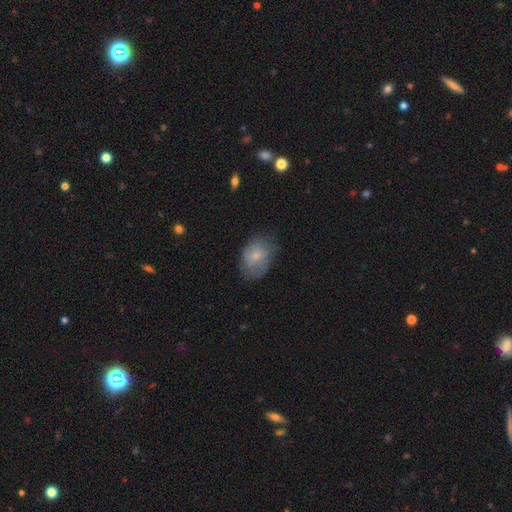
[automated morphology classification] This is likely a smooth galaxy (72%). How rounded: likely in between (73%). Merging: possibly none (60%).